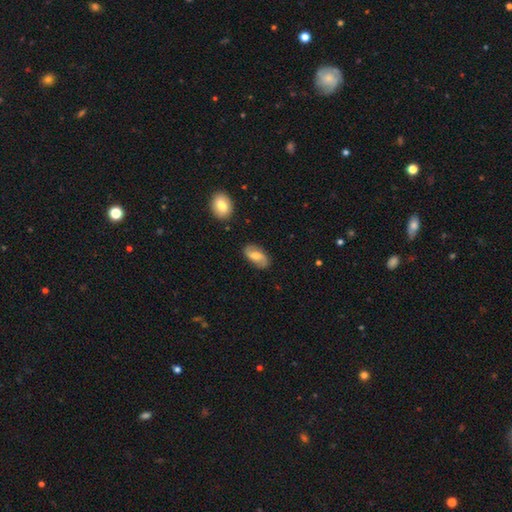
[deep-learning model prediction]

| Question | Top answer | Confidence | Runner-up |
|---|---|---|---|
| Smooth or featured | featured or disk | 56% | smooth (37%) |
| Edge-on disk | no | 94% | yes (6%) |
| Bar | weak | 43% | no (42%) |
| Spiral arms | yes | 86% | no (14%) |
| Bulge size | moderate | 65% | small (24%) |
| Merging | none | 83% | minor disturbance (12%) |